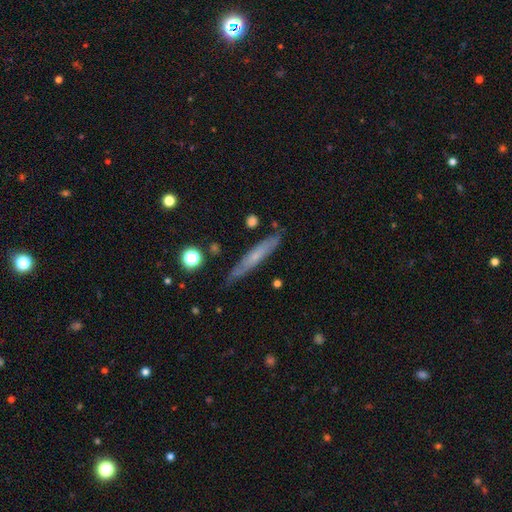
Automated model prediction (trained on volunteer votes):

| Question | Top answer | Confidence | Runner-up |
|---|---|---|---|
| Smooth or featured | featured or disk | 47% | smooth (46%) |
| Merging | none | 81% | minor disturbance (15%) |